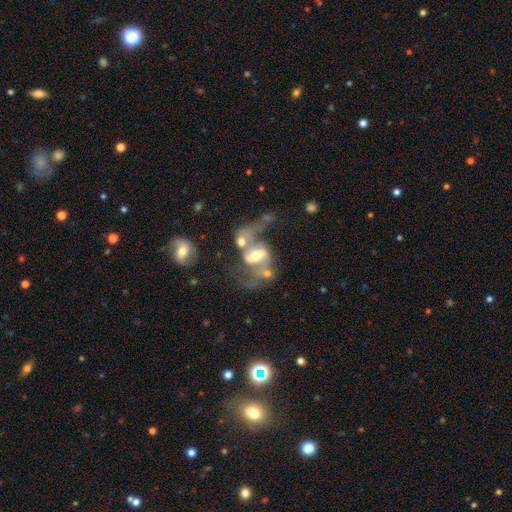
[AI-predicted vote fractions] This appears to be a featured or disk galaxy (84%) with a weak bar (41%), 2 (89%) loose (56%) spiral arms (91%) and a moderate central bulge (57%). Merging: none (34%).